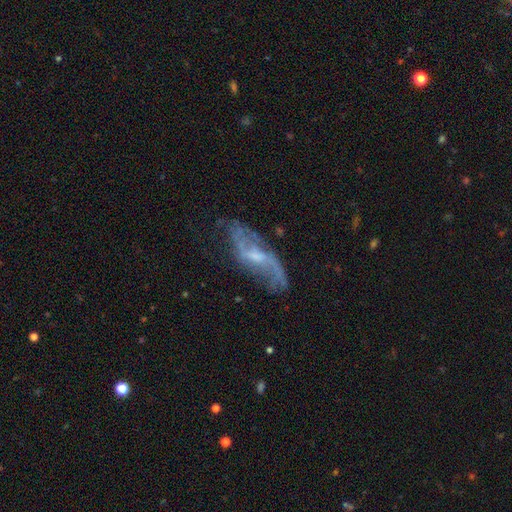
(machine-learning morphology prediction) type=featured or disk (78%); edge-on=no (87%); bar=weak (52%); spiral arms=yes (87%); winding=loose (64%); arm count=2 (72%); bulge=small (45%); merging=none (60%).